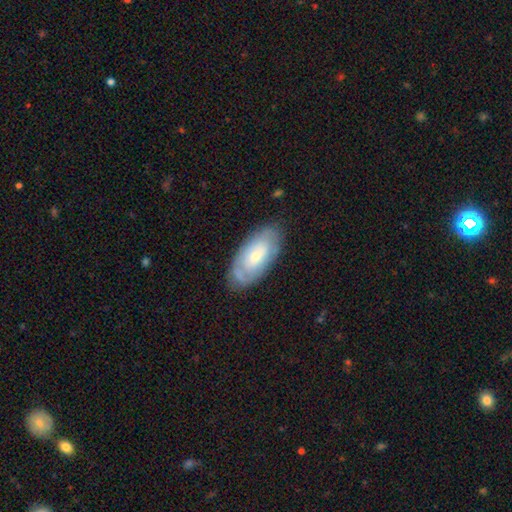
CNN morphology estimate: type=featured or disk (48%); merging=none (76%).